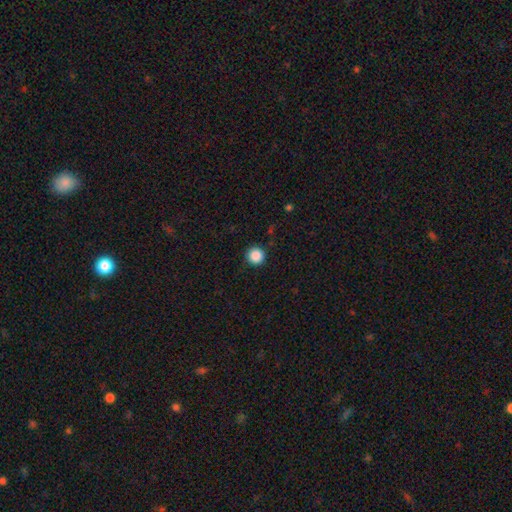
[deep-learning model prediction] smooth-or-featured: smooth: 87% | star or artifact: 10% | featured or disk: 3%
  how-rounded: round: 96% | in between: 3% | cigar-shaped: 1%
  merging: none: 90% | minor disturbance: 7% | major disturbance: 2% | merger: 1%